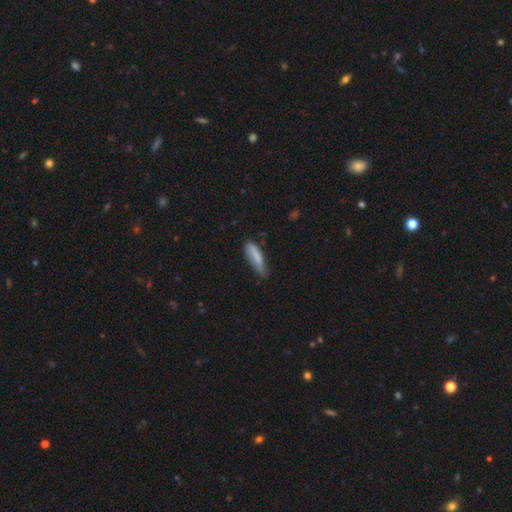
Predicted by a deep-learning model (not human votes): Overall: smooth (79%). How rounded: cigar-shaped (69%; in between 29%). Merging: none (52%; minor disturbance 37%).